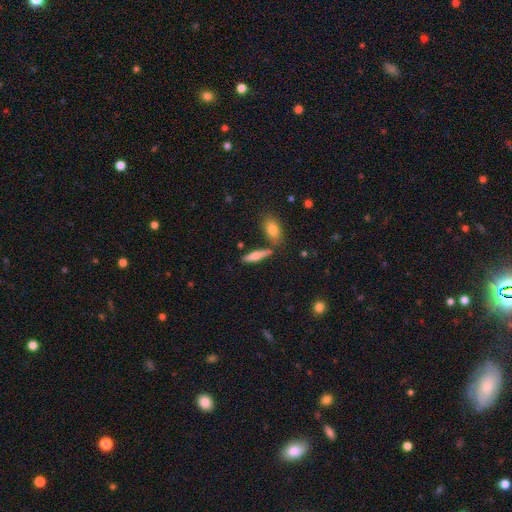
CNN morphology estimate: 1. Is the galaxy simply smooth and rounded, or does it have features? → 62% smooth, 31% featured or disk, 7% star or artifact.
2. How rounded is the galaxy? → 65% cigar-shaped, 32% in between, 3% round.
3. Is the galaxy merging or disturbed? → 69% none, 14% merger, 12% minor disturbance, 4% major disturbance.